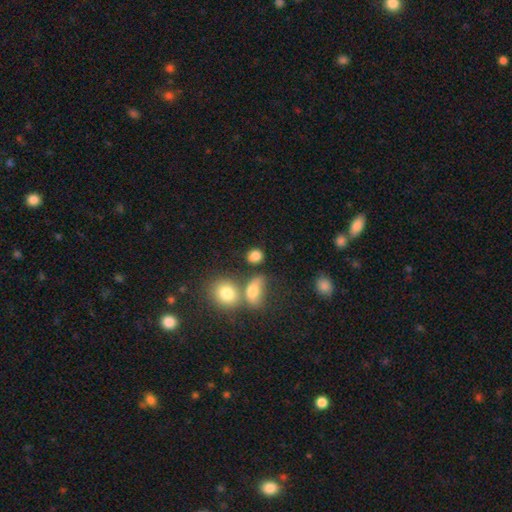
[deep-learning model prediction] smooth_or_featured: smooth (p=0.81) [alt: star or artifact p=0.11]
how_rounded: round (p=0.52) [alt: in between p=0.46]
merging: none (p=0.60) [alt: merger p=0.19]